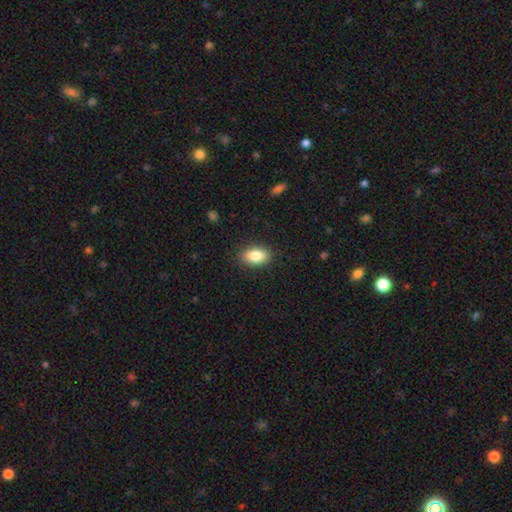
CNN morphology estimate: Overall: smooth (84%). How rounded: in between (89%). Merging: none (87%).